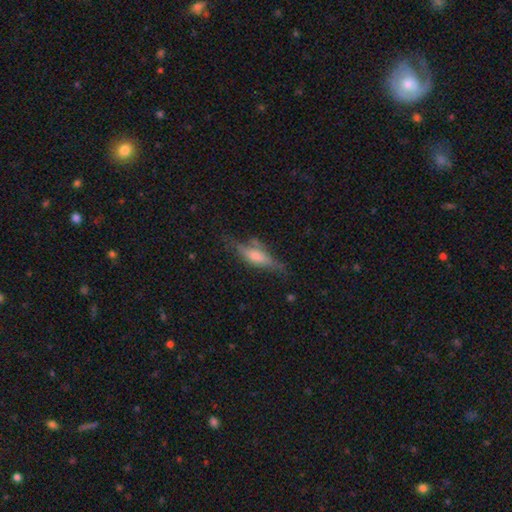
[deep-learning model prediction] A featured or disk galaxy (57%) viewed edge-on (89%) with a rounded central bulge (66%). Merging: none (64%).